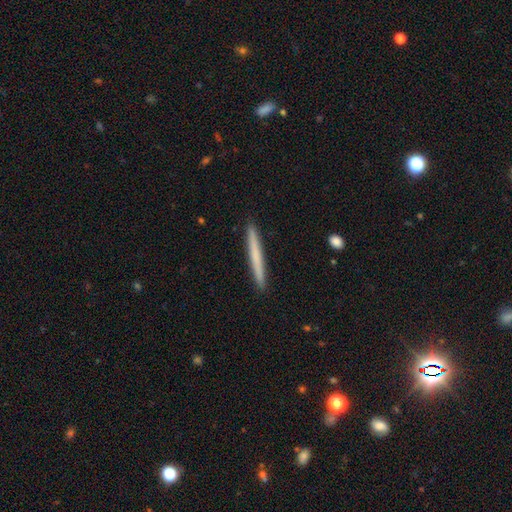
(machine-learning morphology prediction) type=smooth (65%); roundness=cigar-shaped (97%); merging=none (93%).